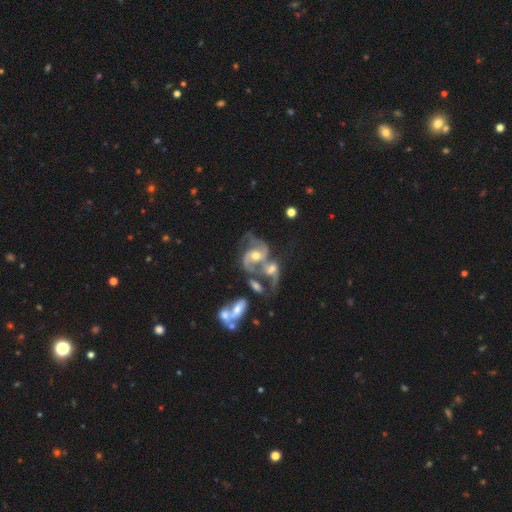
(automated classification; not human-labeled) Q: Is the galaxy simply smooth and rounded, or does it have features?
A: featured or disk — 88%.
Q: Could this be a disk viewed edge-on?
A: no — 98%.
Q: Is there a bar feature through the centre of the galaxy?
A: no — 54%.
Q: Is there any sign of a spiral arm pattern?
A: yes — 96%.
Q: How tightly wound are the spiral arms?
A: medium — 52%.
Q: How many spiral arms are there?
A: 2 — 85%.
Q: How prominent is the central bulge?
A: moderate — 71%.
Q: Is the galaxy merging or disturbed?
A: merger — 50%.